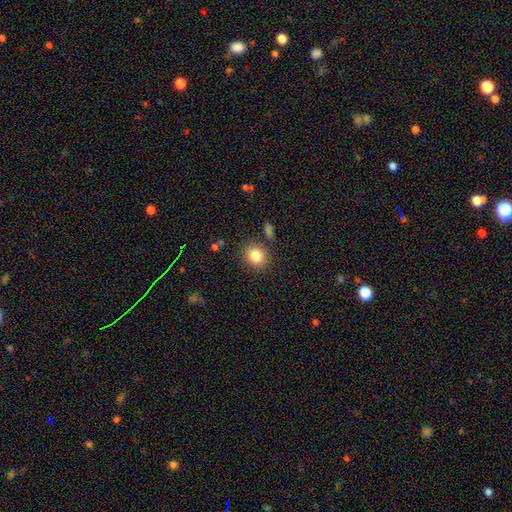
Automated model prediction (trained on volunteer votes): Smooth or featured? smooth (84%)
How rounded? round (67%)
Merging? none (83%)